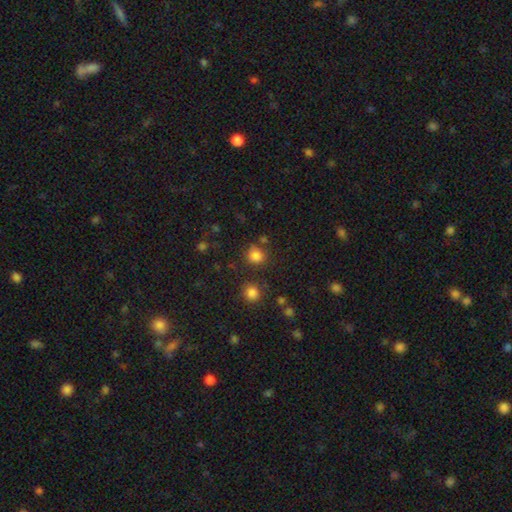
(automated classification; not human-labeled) Morphology: type=smooth (81%); roundness=round (85%); merging=none (76%).